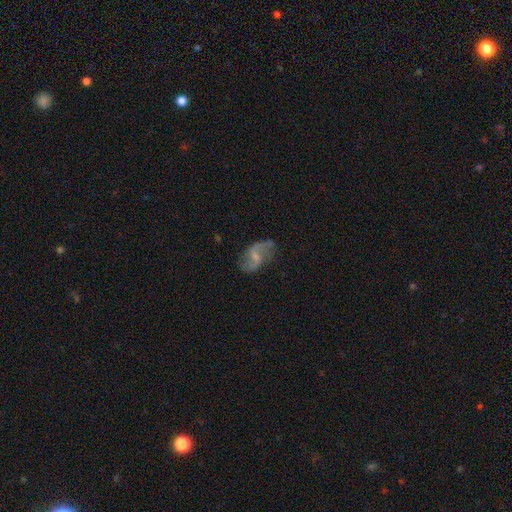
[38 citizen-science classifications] This appears to be a featured or disk galaxy (95%) with a weak bar (51%), 2 (100%) loose (82%) spiral arms (94%) and a small central bulge (66%). Merging: none (83%).